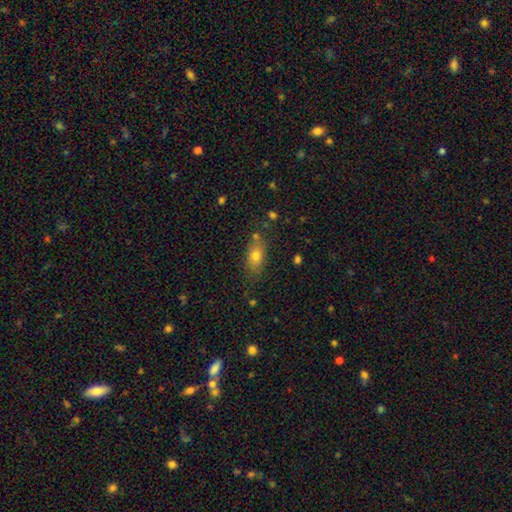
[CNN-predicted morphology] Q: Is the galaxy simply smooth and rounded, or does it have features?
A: smooth — 75%.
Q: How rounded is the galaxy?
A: in between — 80%.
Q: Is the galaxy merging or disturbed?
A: none — 72%.